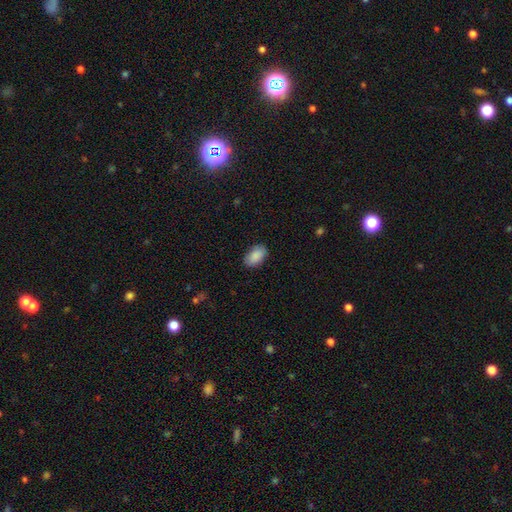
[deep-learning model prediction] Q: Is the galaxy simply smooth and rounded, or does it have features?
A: smooth — 89%.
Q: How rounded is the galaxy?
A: in between — 94%.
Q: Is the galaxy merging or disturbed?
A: none — 87%.